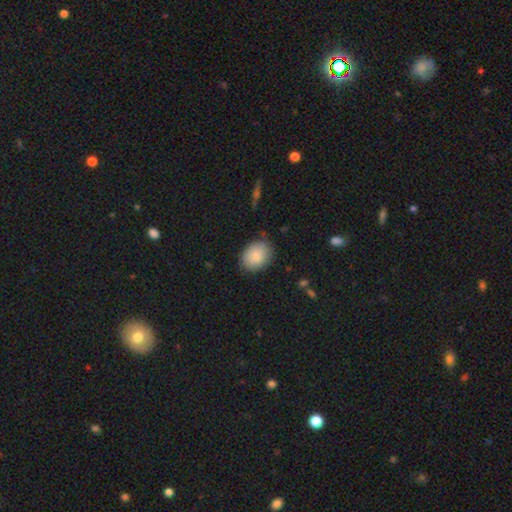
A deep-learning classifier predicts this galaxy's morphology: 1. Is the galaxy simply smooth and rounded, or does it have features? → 86% smooth, 7% featured or disk, 7% star or artifact.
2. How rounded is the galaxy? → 63% in between, 36% round, 1% cigar-shaped.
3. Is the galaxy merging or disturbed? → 80% none, 16% minor disturbance, 3% major disturbance, 1% merger.